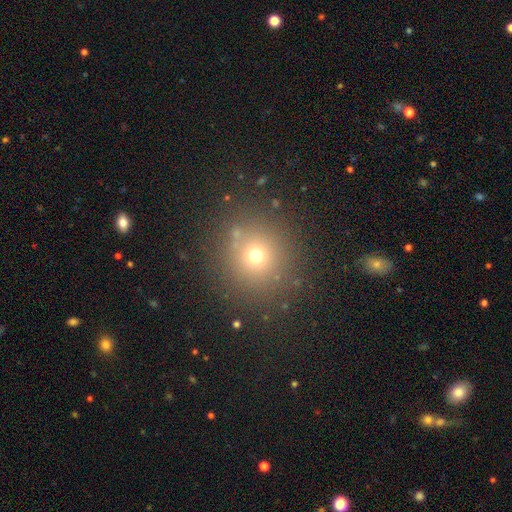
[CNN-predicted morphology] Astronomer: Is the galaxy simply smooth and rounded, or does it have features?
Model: smooth — 67%.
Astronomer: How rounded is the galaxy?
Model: round — 92%.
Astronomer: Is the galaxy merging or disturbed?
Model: none — 84%.